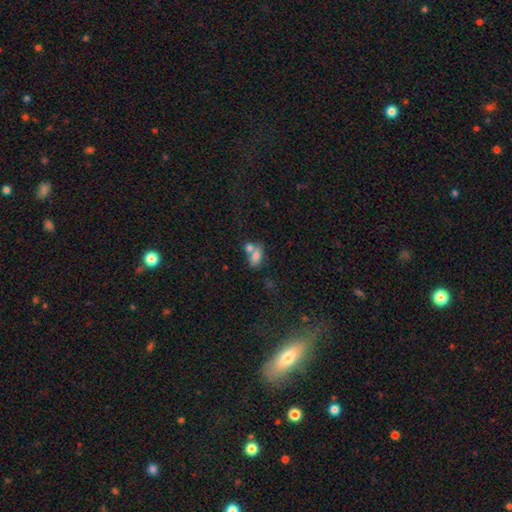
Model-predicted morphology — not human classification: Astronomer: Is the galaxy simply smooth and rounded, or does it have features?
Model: smooth — 75%.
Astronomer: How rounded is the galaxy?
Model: in between — 83%.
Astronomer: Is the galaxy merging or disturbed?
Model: merger — 48% (runner-up: none, 37%).